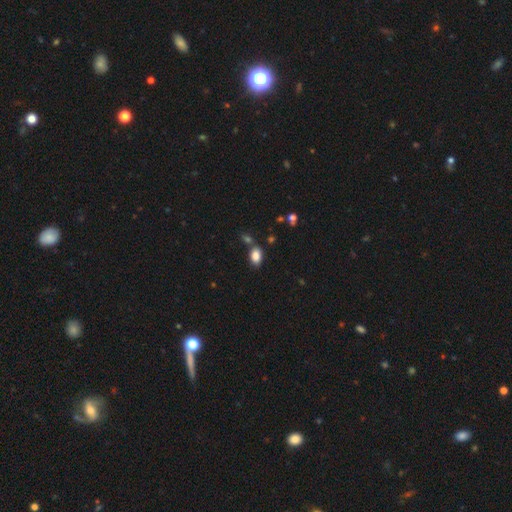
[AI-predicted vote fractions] Smooth or featured? Predicted: smooth (p=0.85). How rounded? Predicted: in between (p=0.87). Merging? Predicted: none (p=0.70).